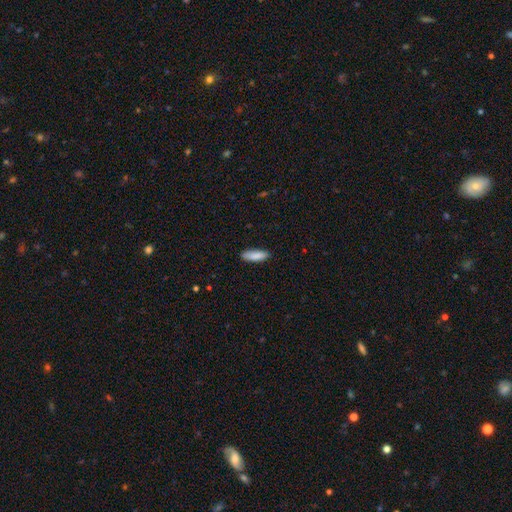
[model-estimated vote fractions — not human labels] Overall: smooth (87%). How rounded: in between (54%; cigar-shaped 45%). Merging: none (85%).